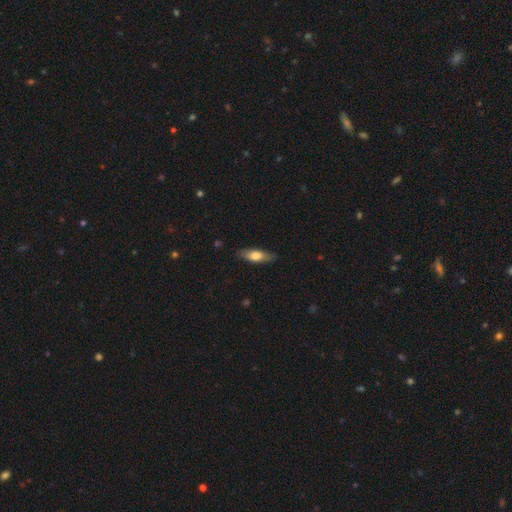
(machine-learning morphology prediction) type=smooth (68%); roundness=in between (54%); merging=none (82%).